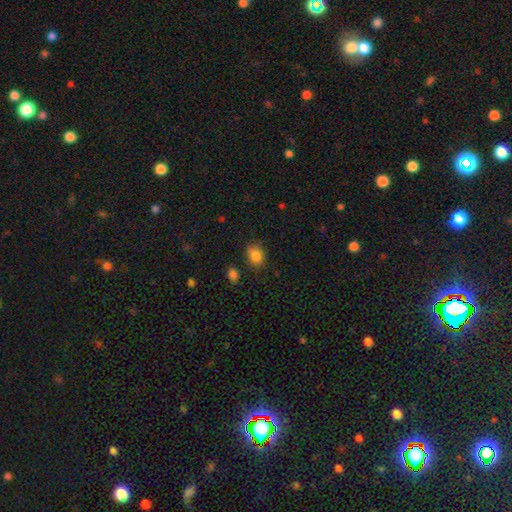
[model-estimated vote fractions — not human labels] A smooth galaxy with no disk features (83%) that is in between round and cigar-shaped (55%). Merging: none (70%).